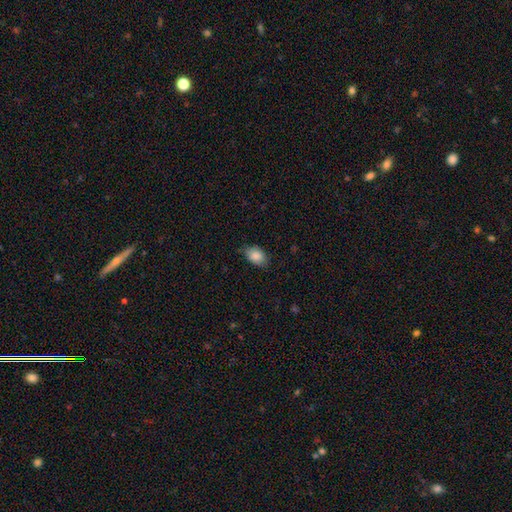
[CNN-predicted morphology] Q: Smooth or featured?
A: smooth (87%); runner-up: star or artifact (7%)
Q: How rounded?
A: in between (84%); runner-up: round (14%)
Q: Merging?
A: none (73%); runner-up: minor disturbance (22%)